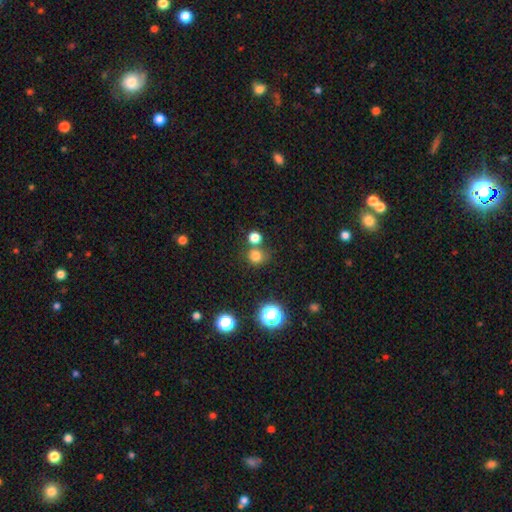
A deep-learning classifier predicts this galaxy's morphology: Smooth or featured? smooth (76%)
How rounded? round (88%)
Merging? none (65%)